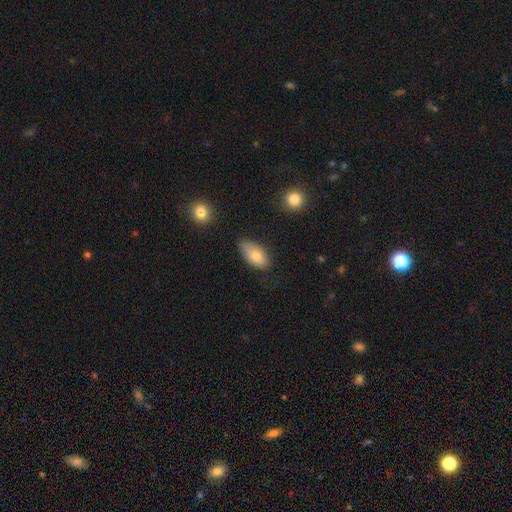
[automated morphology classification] type=smooth (78%); roundness=in between (92%); merging=none (65%).